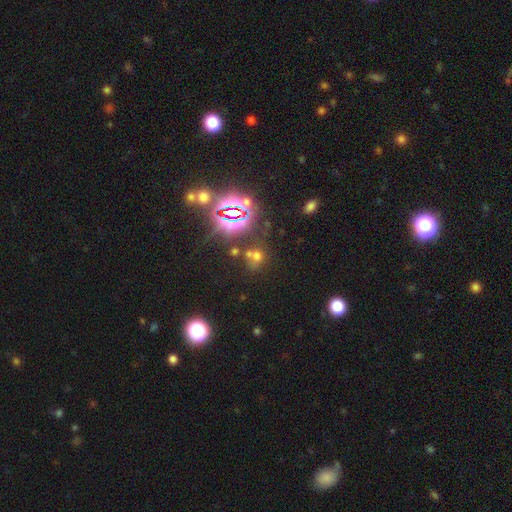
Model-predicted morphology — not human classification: Smooth or featured? Predicted: star or artifact (p=0.45).